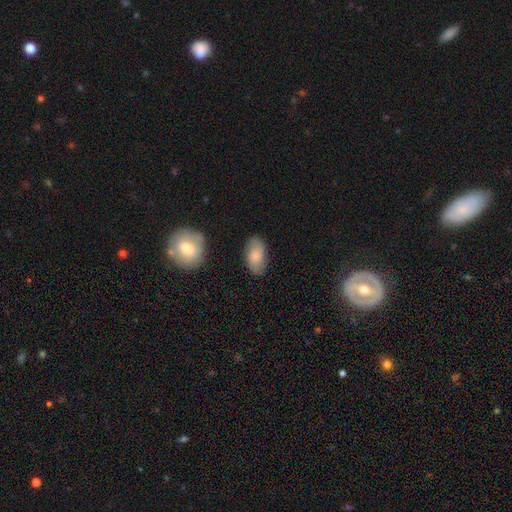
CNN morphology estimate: Q: Smooth or featured?
A: smooth (74%); runner-up: featured or disk (19%)
Q: How rounded?
A: in between (94%); runner-up: round (4%)
Q: Merging?
A: none (81%); runner-up: minor disturbance (14%)